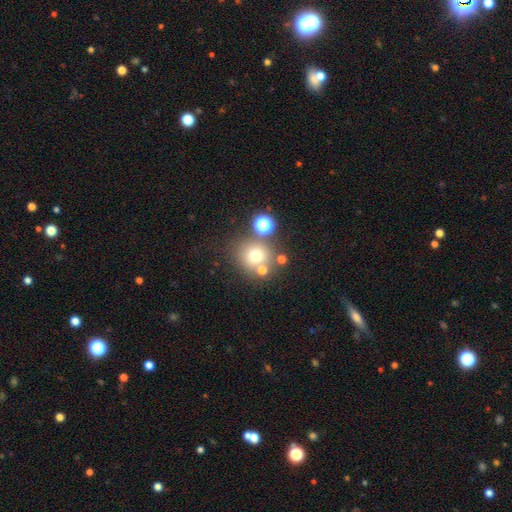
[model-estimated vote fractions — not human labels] smooth 67%, star or artifact 19%, featured or disk 13%. Down the decision tree: how rounded — round (86%); merging — none (67%).